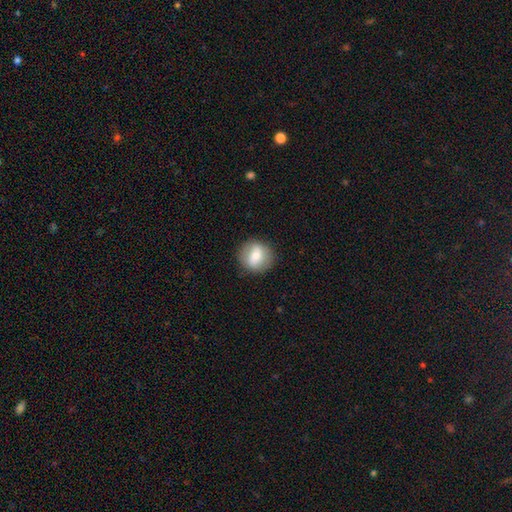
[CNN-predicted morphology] Smooth or featured?
  - smooth: 65% *
  - featured or disk: 27%
  - star or artifact: 8%
How rounded?
  - round: 84% *
  - in between: 15%
  - cigar-shaped: 1%
Merging?
  - none: 87% *
  - minor disturbance: 9%
  - major disturbance: 3%
  - merger: 1%